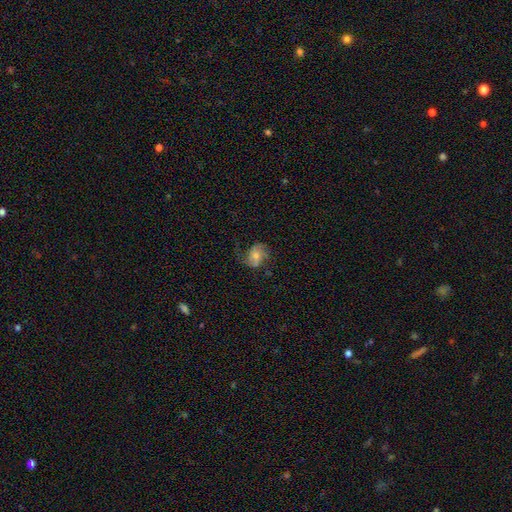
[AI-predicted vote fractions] featured or disk 62%, smooth 27%, star or artifact 10%. Down the decision tree: edge-on disk — no (97%); bar — no (63%); spiral arms — yes (89%); spiral arm count — 2 (66%); spiral winding — medium (44%); bulge size — moderate (47%); merging — none (60%).